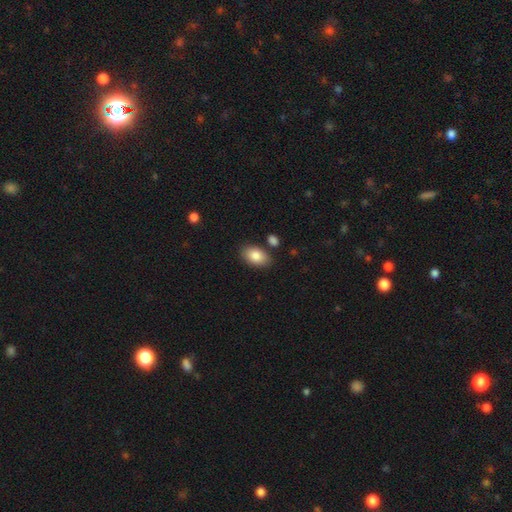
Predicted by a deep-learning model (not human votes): smooth-or-featured: smooth: 85% | featured or disk: 8% | star or artifact: 7%
  how-rounded: in between: 91% | round: 8% | cigar-shaped: 1%
  merging: none: 80% | minor disturbance: 11% | merger: 5% | major disturbance: 3%